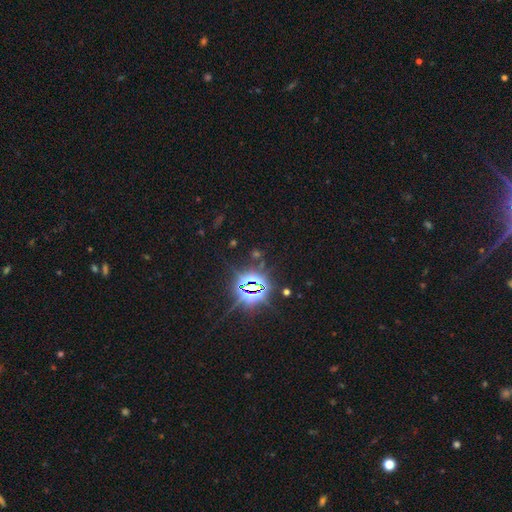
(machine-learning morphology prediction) Smooth or featured? Predicted: star or artifact (p=0.83).